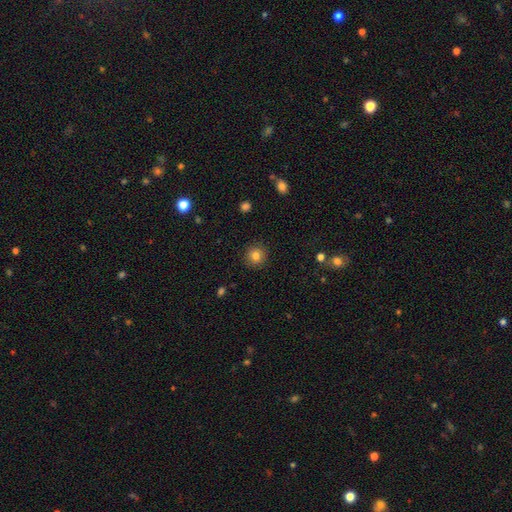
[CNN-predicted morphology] Smooth or featured: smooth — 82% (star or artifact — 11%)
How rounded: round — 93% (in between — 6%)
Merging: none — 91% (minor disturbance — 6%)